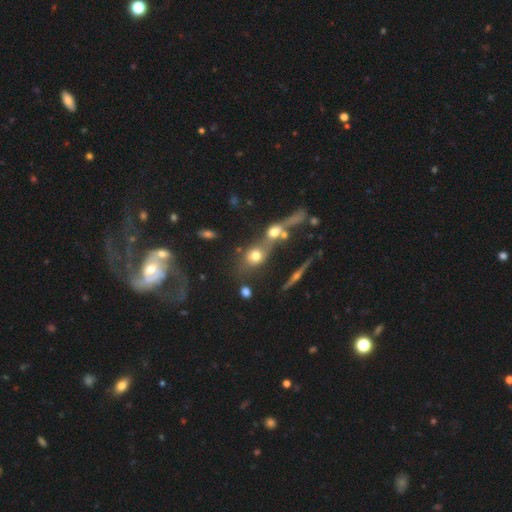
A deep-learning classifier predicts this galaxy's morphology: Smooth or featured?
  - smooth: 63% *
  - featured or disk: 22%
  - star or artifact: 15%
How rounded?
  - round: 56% *
  - in between: 40%
  - cigar-shaped: 4%
Merging?
  - merger: 50% *
  - none: 32%
  - minor disturbance: 10%
  - major disturbance: 9%